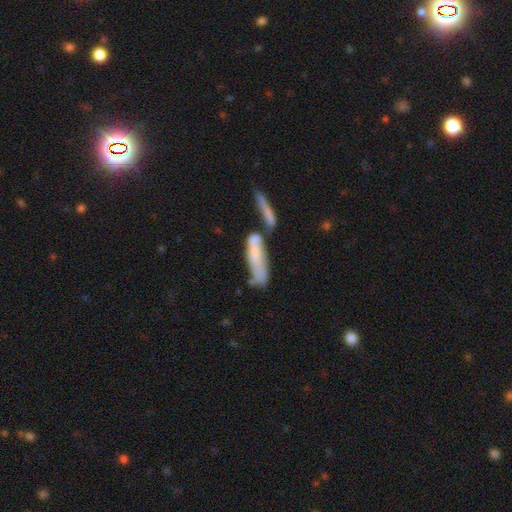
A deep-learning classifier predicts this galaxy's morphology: The model was most divided on "merging": merger: 50%, none: 25%, minor disturbance: 15%, major disturbance: 11%. More confident: smooth or featured — smooth (64%); how rounded — cigar-shaped (64%).